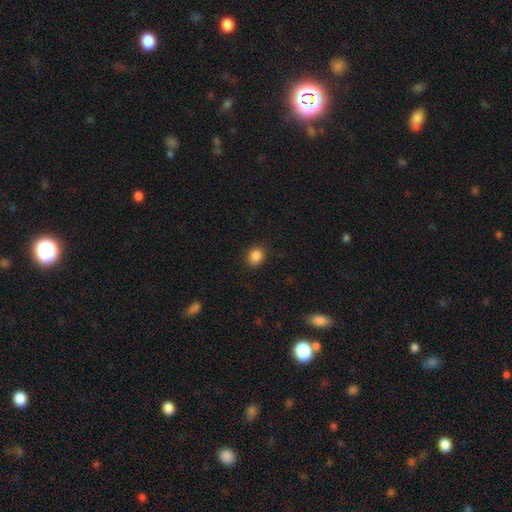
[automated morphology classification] A smooth galaxy with no disk features (86%) that is round (64%).

Vote fractions:
- Smooth or featured? smooth: 86% / star or artifact: 10% / featured or disk: 4%
- How rounded? round: 64% / in between: 35% / cigar-shaped: 1%
- Merging? none: 88% / minor disturbance: 9% / major disturbance: 2% / merger: 1%